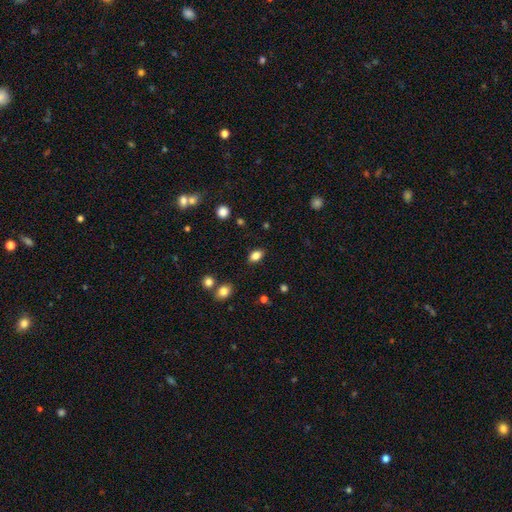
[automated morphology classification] Smooth or featured? Predicted: smooth (p=0.84). How rounded? Predicted: in between (p=0.86). Merging? Predicted: none (p=0.85).